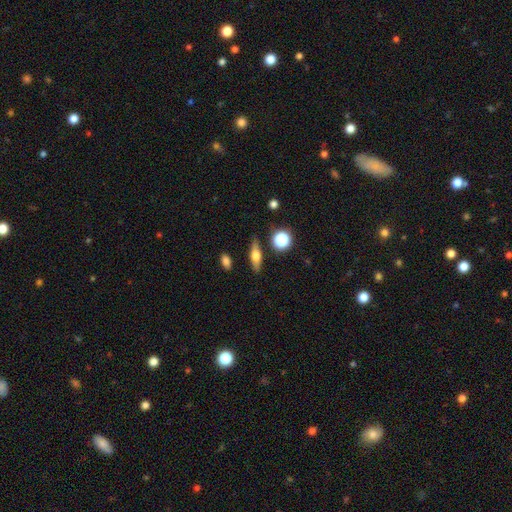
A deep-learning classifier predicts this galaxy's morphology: smooth 50%, featured or disk 41%, star or artifact 9%. Down the decision tree: merging — none (83%).